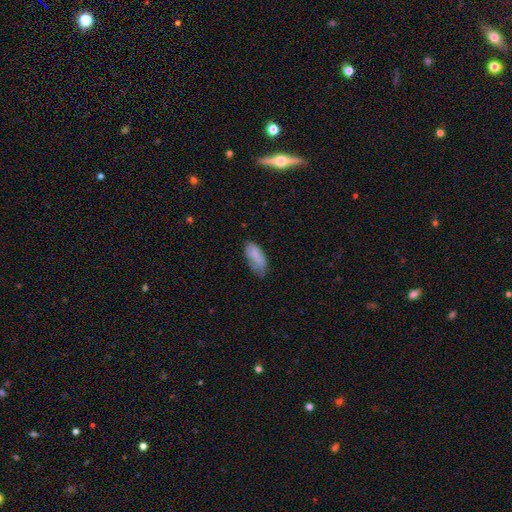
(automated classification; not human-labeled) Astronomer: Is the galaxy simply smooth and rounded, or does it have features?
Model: smooth — 80%.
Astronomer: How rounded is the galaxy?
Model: in between — 88%.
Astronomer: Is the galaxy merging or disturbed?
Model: none — 47% (runner-up: minor disturbance, 38%).